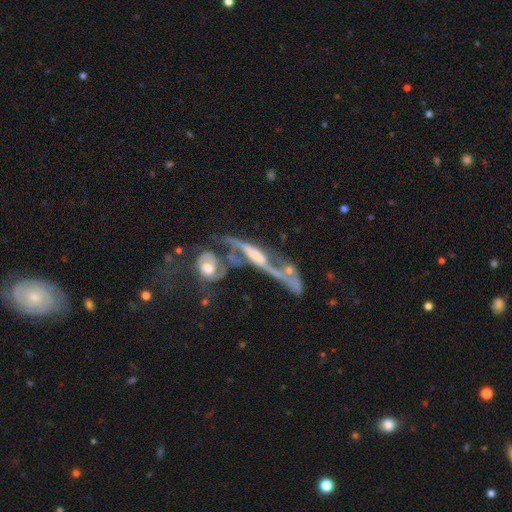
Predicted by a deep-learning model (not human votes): Morphology: type=featured or disk (81%); edge-on=no (63%); bar=no (40%); spiral arms=yes (81%); bulge=moderate (41%); merging=merger (43%).